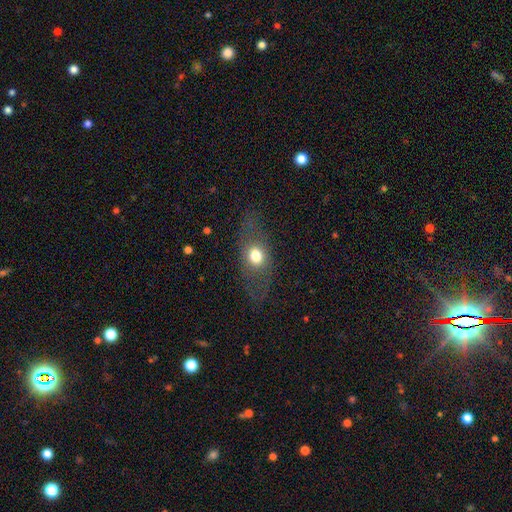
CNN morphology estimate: A smooth galaxy with no disk features (61%) that is in between round and cigar-shaped (57%).

Vote fractions:
- Smooth or featured? smooth: 61% / featured or disk: 28% / star or artifact: 11%
- How rounded? in between: 57% / round: 36% / cigar-shaped: 7%
- Merging? none: 75% / minor disturbance: 14% / major disturbance: 9% / merger: 1%